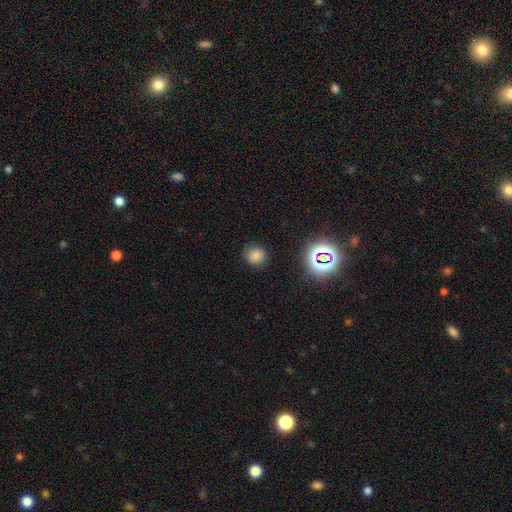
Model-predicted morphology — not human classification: smooth 77%, star or artifact 18%, featured or disk 6%. Down the decision tree: how rounded — round (83%); merging — none (87%).